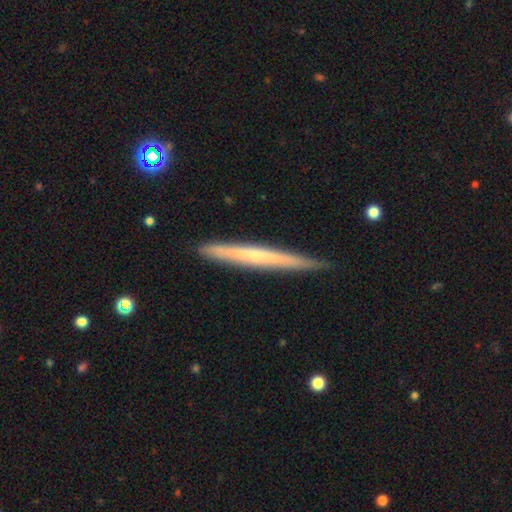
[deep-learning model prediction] smooth_or_featured: featured or disk (p=0.53) [alt: smooth p=0.41]
disk_edge_on: yes (p=0.96) [alt: no p=0.04]
edge_on_bulge: none (p=0.79) [alt: rounded p=0.16]
merging: none (p=0.87) [alt: minor disturbance p=0.11]